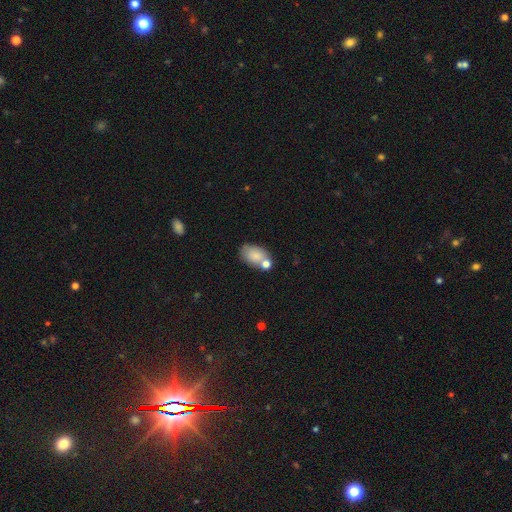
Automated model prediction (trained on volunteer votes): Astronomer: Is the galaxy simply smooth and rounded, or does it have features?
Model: smooth — 80%.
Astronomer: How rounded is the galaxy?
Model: in between — 87%.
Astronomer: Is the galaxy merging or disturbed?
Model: none — 52%.